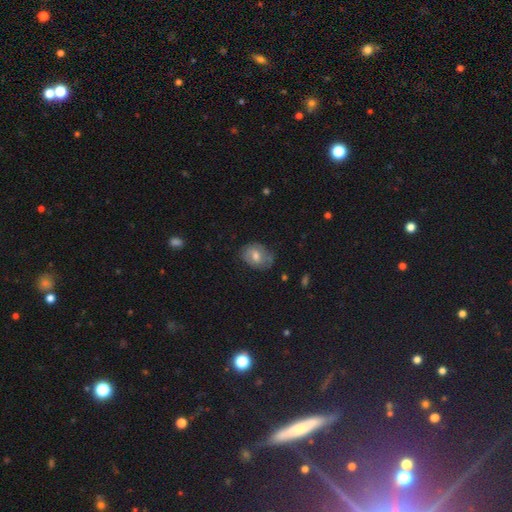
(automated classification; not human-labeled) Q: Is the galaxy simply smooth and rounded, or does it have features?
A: smooth — 53%.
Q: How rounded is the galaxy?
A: in between — 69%.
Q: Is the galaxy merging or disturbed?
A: none — 67%.